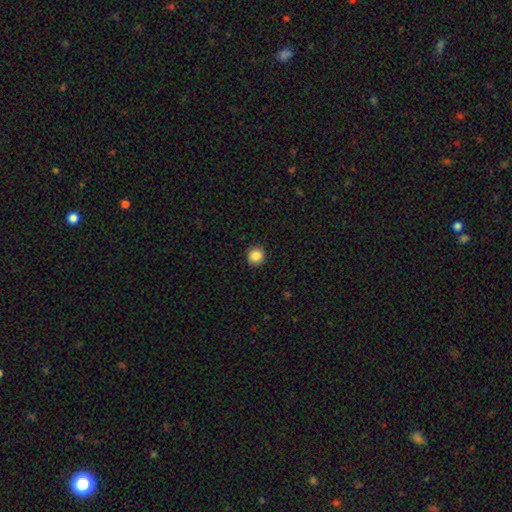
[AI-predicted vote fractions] This is clearly a smooth galaxy (86%). How rounded: clearly round (95%). Merging: clearly none (93%).